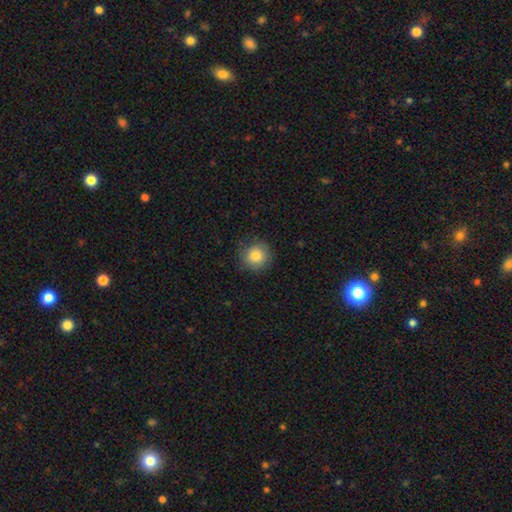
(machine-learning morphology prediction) The model was most divided on "smooth or featured": smooth: 83%, star or artifact: 10%, featured or disk: 7%. More confident: how rounded — round (91%); merging — none (87%).